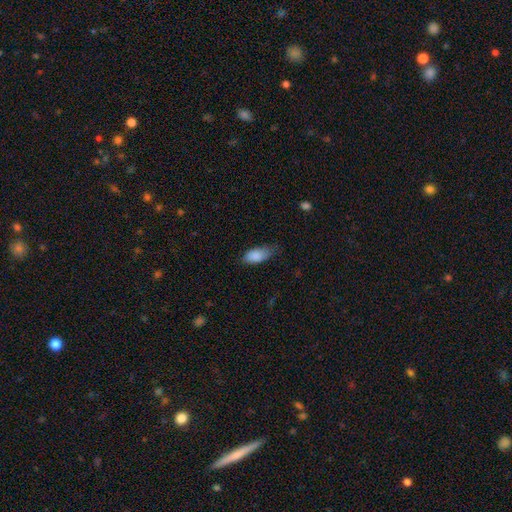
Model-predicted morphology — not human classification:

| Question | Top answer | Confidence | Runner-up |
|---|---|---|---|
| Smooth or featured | smooth | 87% | featured or disk (7%) |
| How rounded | in between | 88% | cigar-shaped (9%) |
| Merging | none | 56% | minor disturbance (35%) |